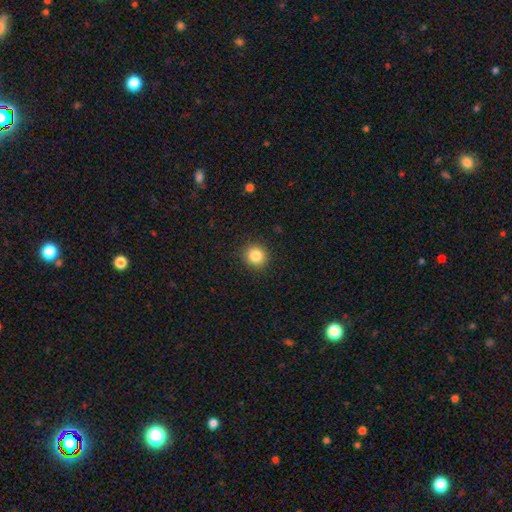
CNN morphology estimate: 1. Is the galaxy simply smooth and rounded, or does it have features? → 84% smooth, 11% star or artifact, 5% featured or disk.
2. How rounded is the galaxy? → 90% round, 9% in between, 1% cigar-shaped.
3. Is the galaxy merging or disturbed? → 91% none, 6% minor disturbance, 2% major disturbance, 1% merger.